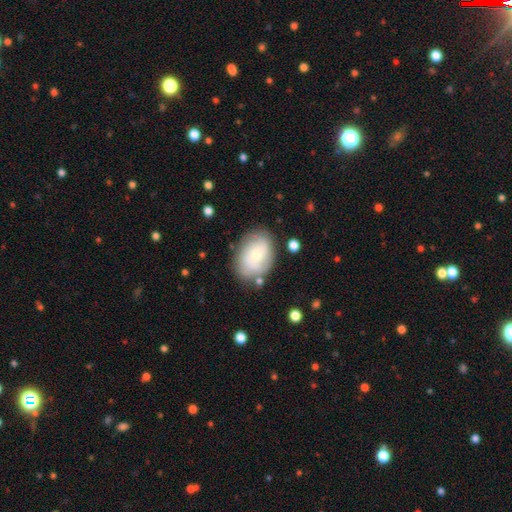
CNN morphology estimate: The model was most divided on "smooth or featured": featured or disk: 50%, smooth: 43%, star or artifact: 7%. More confident: merging — none (73%).